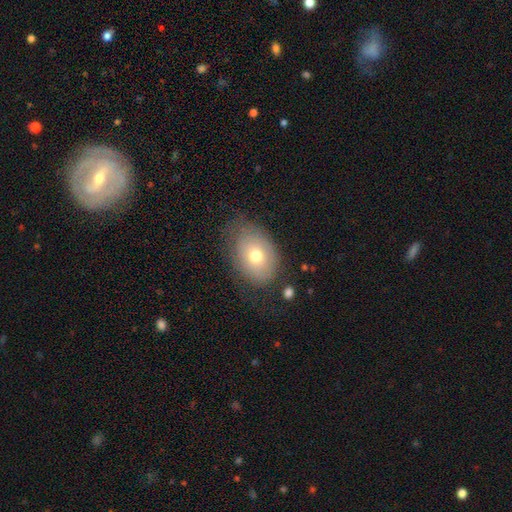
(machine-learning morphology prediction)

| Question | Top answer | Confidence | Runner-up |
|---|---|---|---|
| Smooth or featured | smooth | 66% | featured or disk (24%) |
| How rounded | in between | 76% | round (23%) |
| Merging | none | 66% | minor disturbance (23%) |